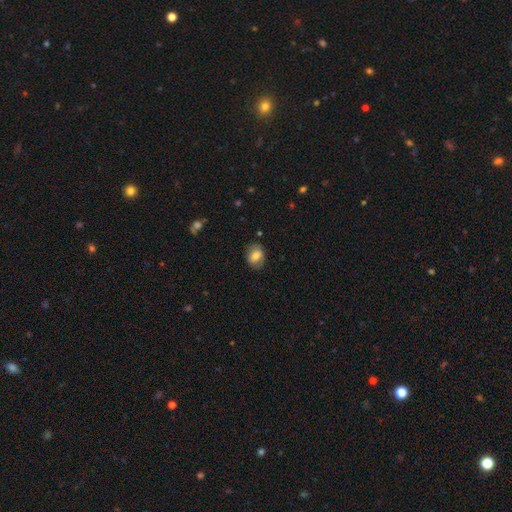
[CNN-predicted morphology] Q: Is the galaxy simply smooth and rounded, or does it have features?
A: smooth — 72%.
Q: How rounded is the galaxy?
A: in between — 67%.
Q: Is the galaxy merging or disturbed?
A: none — 78%.